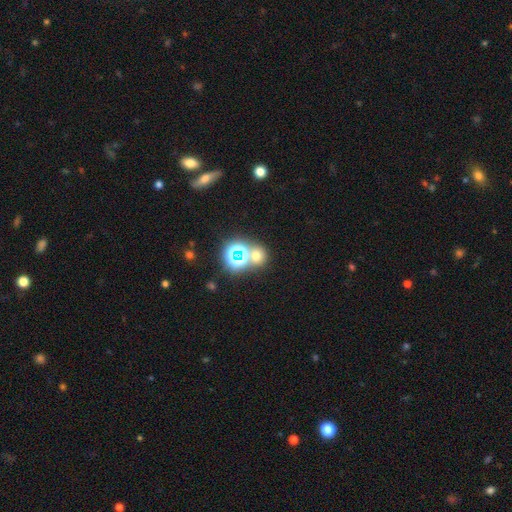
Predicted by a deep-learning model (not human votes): Overall: smooth (53%; star or artifact 38%). How rounded: round (81%). Merging: none (63%; merger 26%).